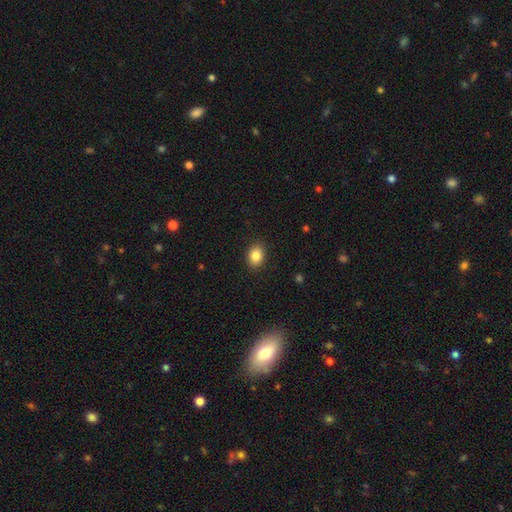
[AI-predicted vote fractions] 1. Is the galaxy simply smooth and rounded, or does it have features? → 85% smooth, 9% star or artifact, 6% featured or disk.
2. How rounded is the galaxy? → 66% in between, 33% round, 1% cigar-shaped.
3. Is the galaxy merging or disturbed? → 88% none, 9% minor disturbance, 2% major disturbance, 1% merger.